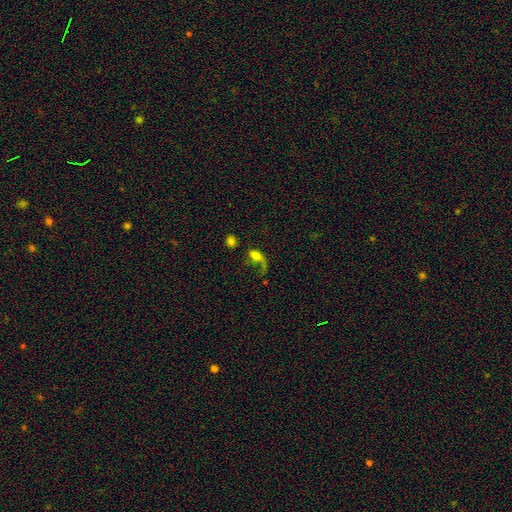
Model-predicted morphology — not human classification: This appears to be a smooth galaxy with no disk features (50%) that is in between round and cigar-shaped (74%). Merging: major disturbance (48%).